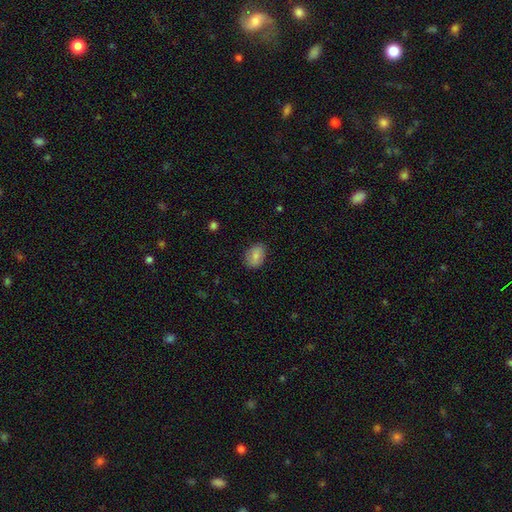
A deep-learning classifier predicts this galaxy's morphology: Smooth or featured?
  - smooth: 81% *
  - featured or disk: 11%
  - star or artifact: 7%
How rounded?
  - in between: 74% *
  - round: 25%
  - cigar-shaped: 1%
Merging?
  - none: 83% *
  - minor disturbance: 13%
  - major disturbance: 3%
  - merger: 1%